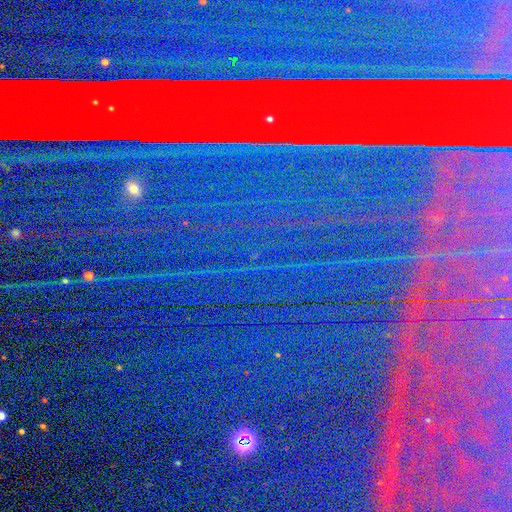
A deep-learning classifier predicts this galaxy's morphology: Smooth or featured? Predicted: star or artifact (p=0.86).